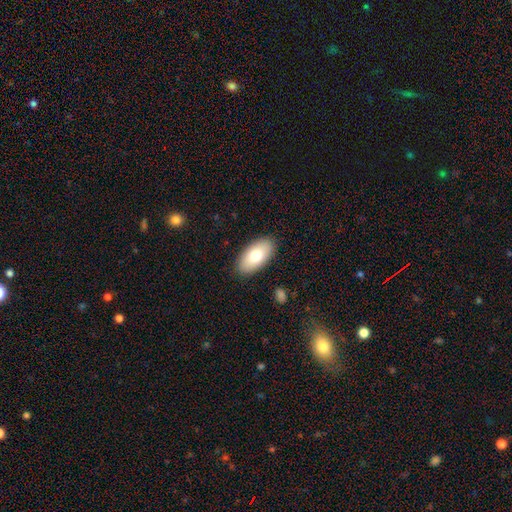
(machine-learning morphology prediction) smooth_or_featured: smooth (p=0.75) [alt: featured or disk p=0.19]
how_rounded: in between (p=0.95) [alt: cigar-shaped p=0.03]
merging: none (p=0.89) [alt: minor disturbance p=0.08]